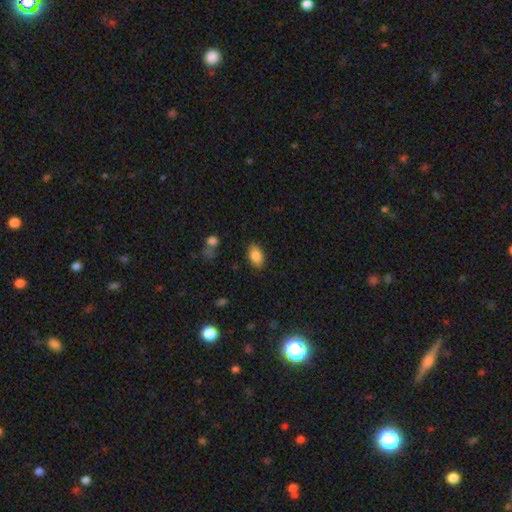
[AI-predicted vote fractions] Overall: smooth (85%). How rounded: in between (91%). Merging: none (85%).